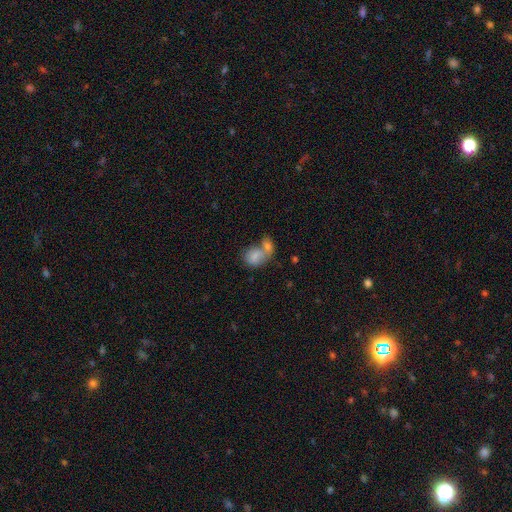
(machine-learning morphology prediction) This is clearly a smooth galaxy (80%). How rounded: likely in between (61%). Merging: likely merger (63%).